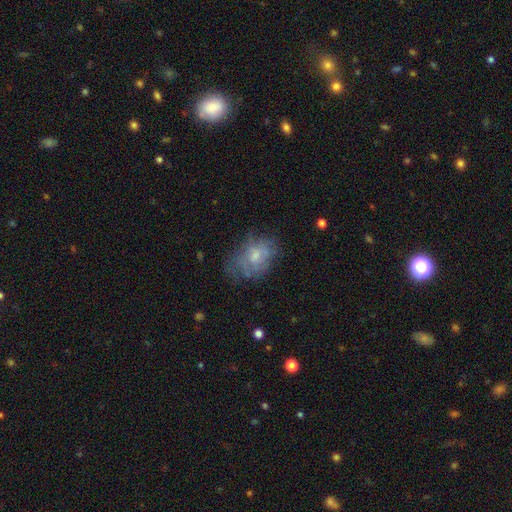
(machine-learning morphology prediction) Smooth or featured?
  - smooth: 47% *
  - featured or disk: 43%
  - star or artifact: 10%
Merging?
  - none: 52% *
  - minor disturbance: 27%
  - major disturbance: 19%
  - merger: 2%